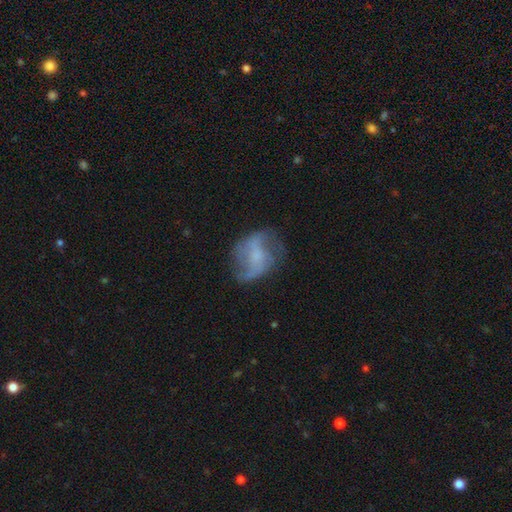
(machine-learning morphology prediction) Smooth or featured? Predicted: featured or disk (p=0.65). Edge-on disk? Predicted: no (p=0.97). Bar? Predicted: no (p=0.51). Spiral arms? Predicted: yes (p=0.78). Bulge size? Predicted: none (p=0.34, tied with small). Merging? Predicted: none (p=0.58).